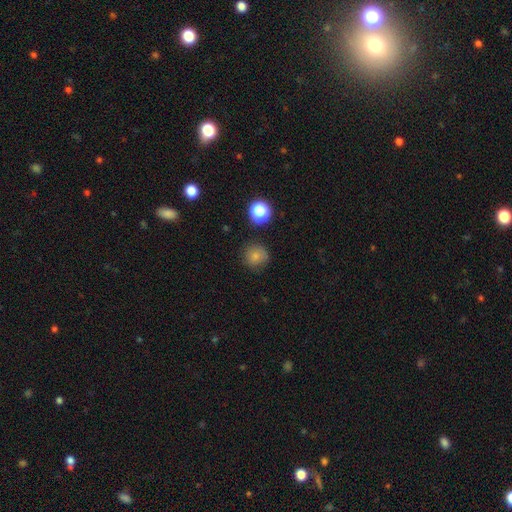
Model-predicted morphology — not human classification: Overall: smooth (77%). How rounded: round (91%). Merging: none (80%).